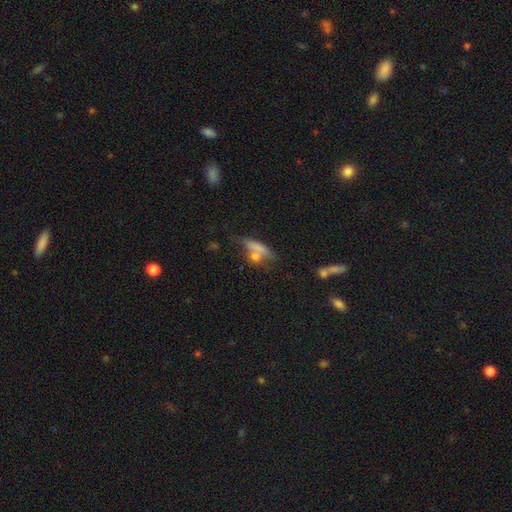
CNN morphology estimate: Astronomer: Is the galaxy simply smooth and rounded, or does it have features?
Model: smooth — 52% (runner-up: featured or disk, 29%).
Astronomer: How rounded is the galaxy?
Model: in between — 43% (runner-up: cigar-shaped, 42%).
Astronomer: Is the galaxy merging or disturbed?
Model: none — 44% (runner-up: merger, 29%).